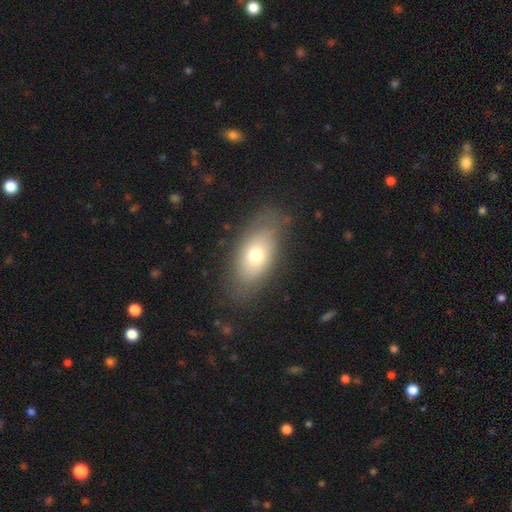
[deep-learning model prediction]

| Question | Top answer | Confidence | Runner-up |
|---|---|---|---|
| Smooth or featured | smooth | 66% | featured or disk (25%) |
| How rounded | in between | 88% | round (7%) |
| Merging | none | 77% | minor disturbance (16%) |